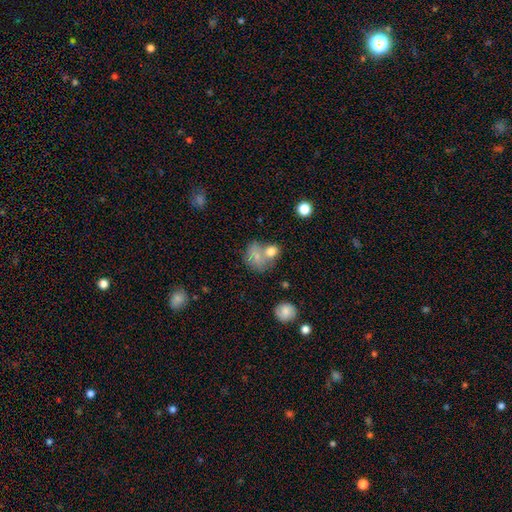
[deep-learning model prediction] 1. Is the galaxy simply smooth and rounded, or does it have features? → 70% smooth, 18% featured or disk, 12% star or artifact.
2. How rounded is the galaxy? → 59% round, 39% in between, 1% cigar-shaped.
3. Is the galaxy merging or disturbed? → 45% merger, 35% none, 13% minor disturbance, 7% major disturbance.